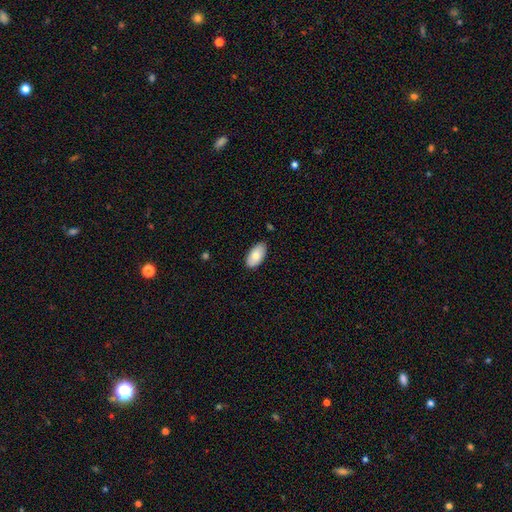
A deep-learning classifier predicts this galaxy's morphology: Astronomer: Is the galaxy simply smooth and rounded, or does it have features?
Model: smooth — 80%.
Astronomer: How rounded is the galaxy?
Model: in between — 95%.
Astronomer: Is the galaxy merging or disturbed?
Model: none — 84%.